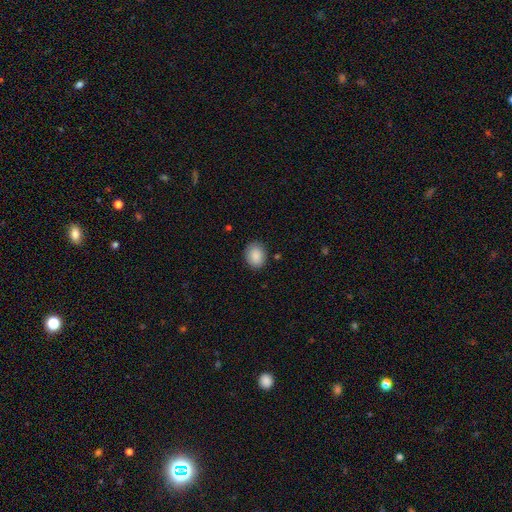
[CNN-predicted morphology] Overall: smooth (89%). How rounded: in between (55%; round 45%). Merging: none (85%).